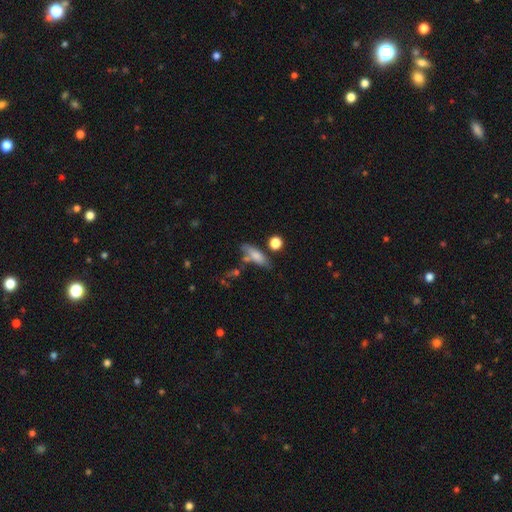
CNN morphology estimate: Overall: smooth (71%). How rounded: in between (54%; cigar-shaped 41%). Merging: none (54%; minor disturbance 22%).